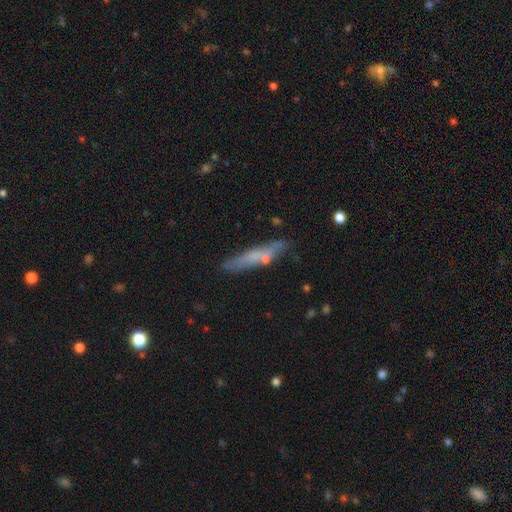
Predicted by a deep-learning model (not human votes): A smooth galaxy with no disk features (52%) that is cigar-shaped (88%). Merging: none (74%).